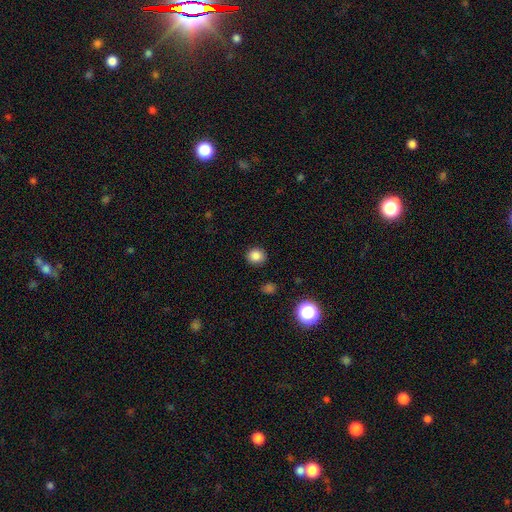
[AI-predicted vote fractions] Smooth or featured?
  - smooth: 85% *
  - star or artifact: 11%
  - featured or disk: 4%
How rounded?
  - round: 79% *
  - in between: 20%
  - cigar-shaped: 1%
Merging?
  - none: 89% *
  - minor disturbance: 8%
  - major disturbance: 2%
  - merger: 1%